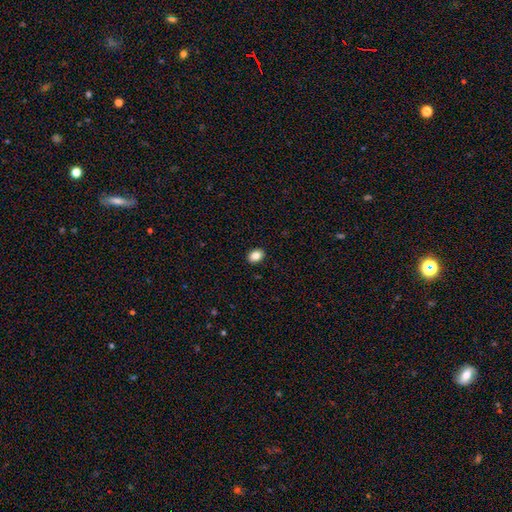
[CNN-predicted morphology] smooth_or_featured: smooth (p=0.86) [alt: star or artifact p=0.09]
how_rounded: in between (p=0.67) [alt: round p=0.32]
merging: none (p=0.91) [alt: minor disturbance p=0.06]